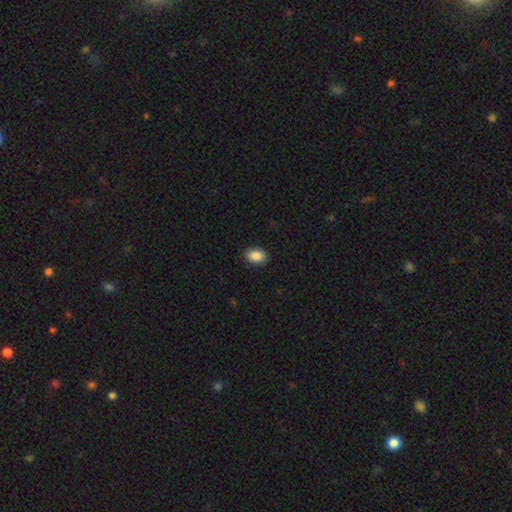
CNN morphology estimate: smooth_or_featured: smooth (p=0.89) [alt: star or artifact p=0.07]
how_rounded: in between (p=0.86) [alt: round p=0.12]
merging: none (p=0.89) [alt: minor disturbance p=0.08]